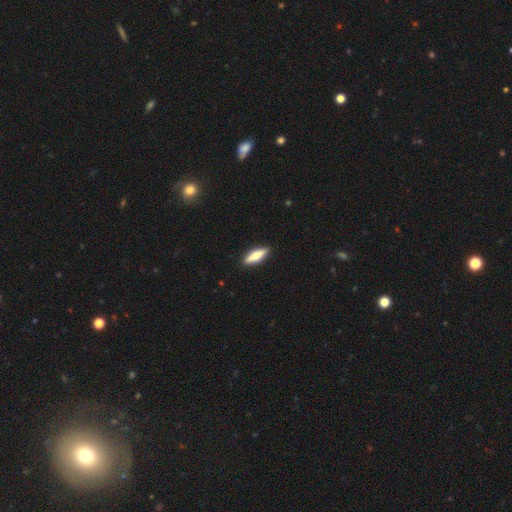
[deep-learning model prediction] This appears to be a smooth galaxy with no disk features (54%) that is cigar-shaped (62%). Merging: none (91%).